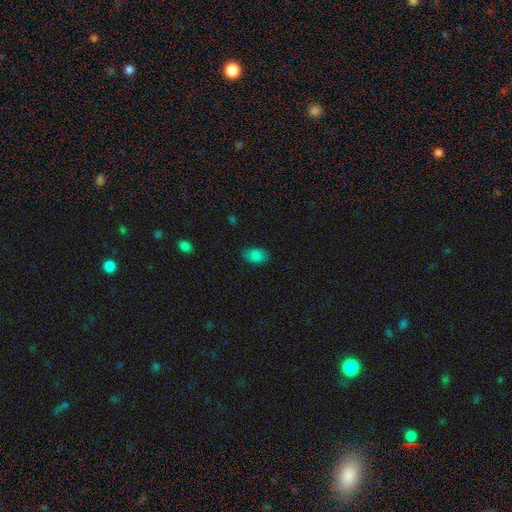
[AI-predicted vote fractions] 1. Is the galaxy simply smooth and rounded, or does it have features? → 84% smooth, 9% star or artifact, 7% featured or disk.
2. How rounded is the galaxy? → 91% in between, 7% round, 2% cigar-shaped.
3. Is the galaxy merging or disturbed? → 82% none, 14% minor disturbance, 3% major disturbance, 1% merger.